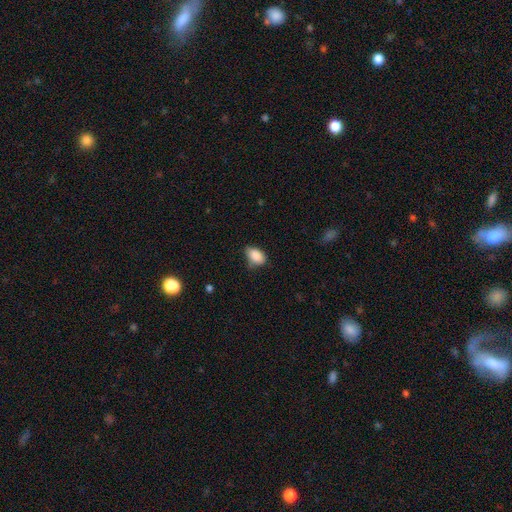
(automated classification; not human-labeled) smooth_or_featured: smooth (p=0.88) [alt: star or artifact p=0.08]
how_rounded: in between (p=0.90) [alt: round p=0.09]
merging: none (p=0.63) [alt: minor disturbance p=0.30]